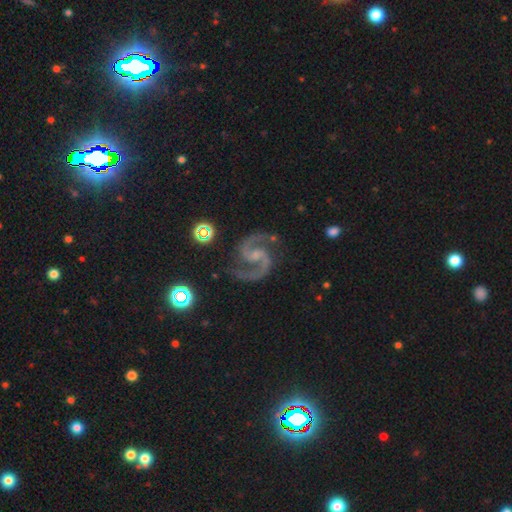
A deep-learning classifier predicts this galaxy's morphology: featured or disk 93%, star or artifact 5%, smooth 2%. Down the decision tree: edge-on disk — no (99%); bar — weak (46%); spiral arms — yes (99%); spiral arm count — 2 (95%); spiral winding — medium (71%); bulge size — small (55%); merging — none (79%).